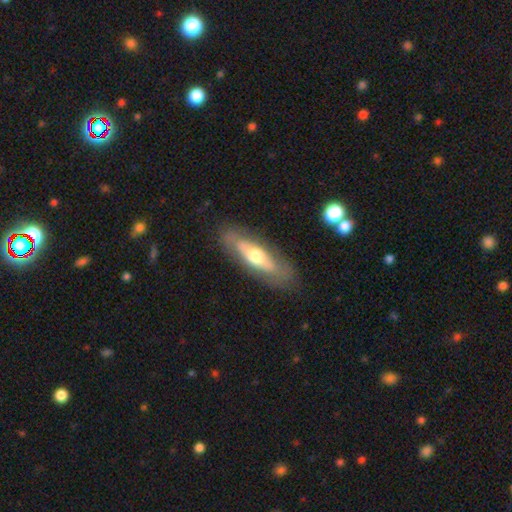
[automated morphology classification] This appears to be a featured or disk galaxy (49%). Merging: none (80%).